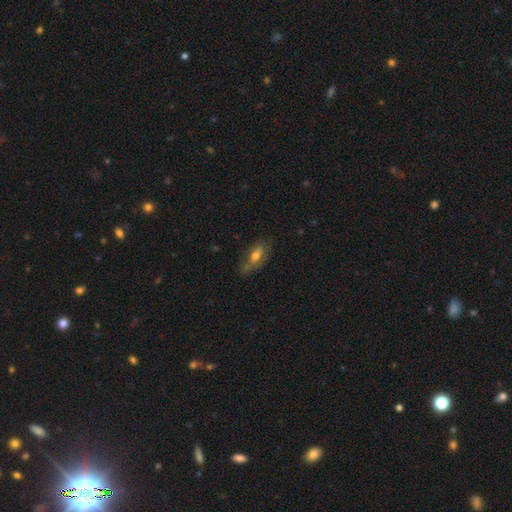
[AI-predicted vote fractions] smooth 57%, featured or disk 35%, star or artifact 8%. Down the decision tree: how rounded — in between (72%); merging — none (62%).